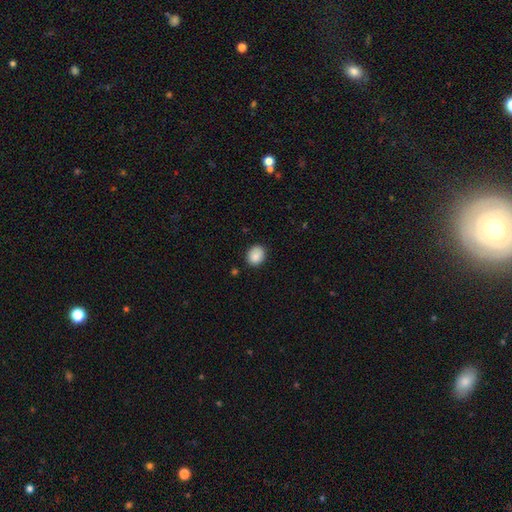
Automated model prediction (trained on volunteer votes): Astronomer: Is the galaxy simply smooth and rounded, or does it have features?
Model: smooth — 88%.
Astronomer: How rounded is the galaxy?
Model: round — 61% (runner-up: in between, 38%).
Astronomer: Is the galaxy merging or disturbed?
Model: none — 85%.